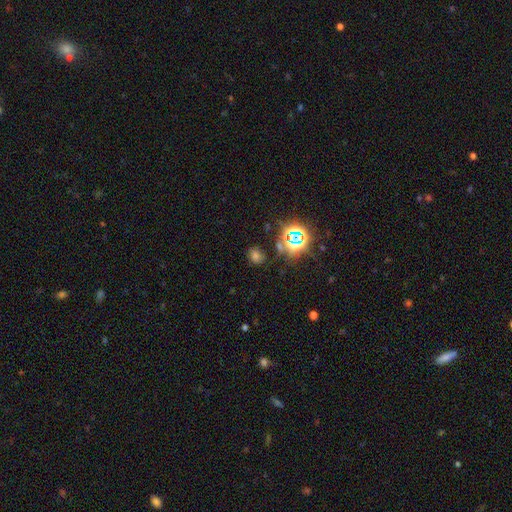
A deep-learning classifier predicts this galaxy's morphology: The model was most divided on "smooth or featured": smooth: 47%, star or artifact: 45%, featured or disk: 8%. More confident: merging — none (80%).